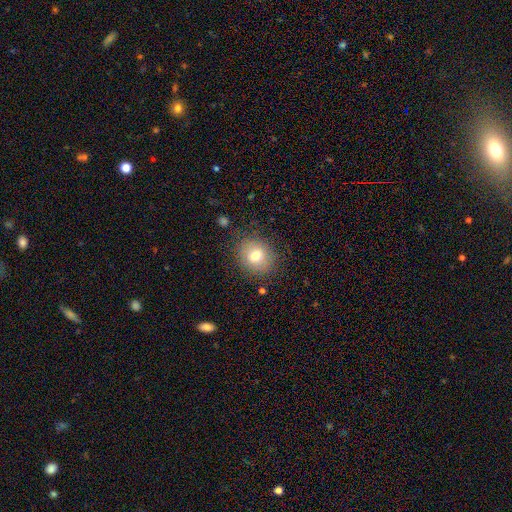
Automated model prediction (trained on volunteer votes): Smooth or featured: smooth — 76% (featured or disk — 14%)
How rounded: round — 69% (in between — 31%)
Merging: none — 82% (minor disturbance — 12%)